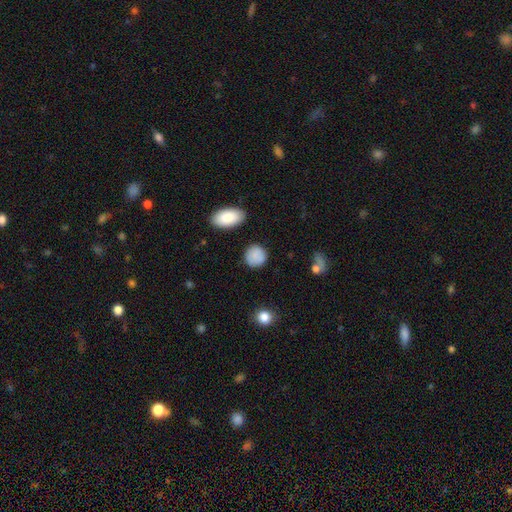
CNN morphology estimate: Smooth or featured?
  - smooth: 86% *
  - star or artifact: 7%
  - featured or disk: 6%
How rounded?
  - round: 86% *
  - in between: 13%
  - cigar-shaped: 1%
Merging?
  - none: 85% *
  - minor disturbance: 10%
  - major disturbance: 3%
  - merger: 2%